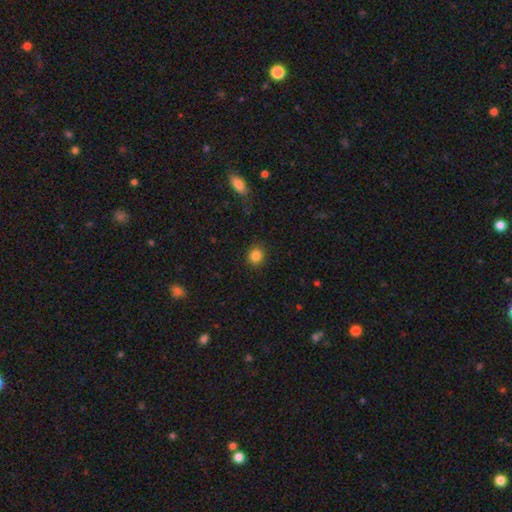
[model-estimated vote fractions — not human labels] Overall: smooth (85%). How rounded: round (74%). Merging: none (88%).